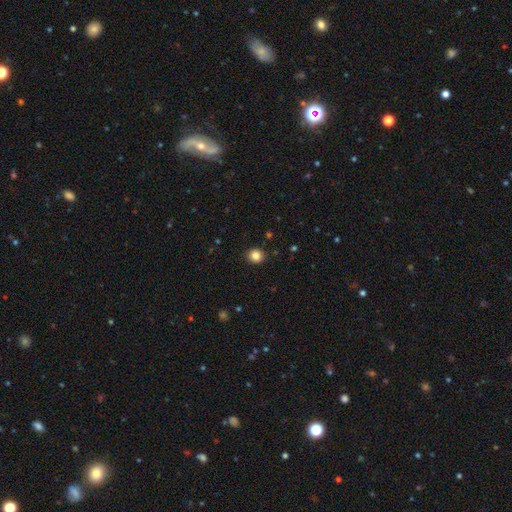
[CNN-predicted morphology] Q: Smooth or featured?
A: smooth (84%); runner-up: star or artifact (11%)
Q: How rounded?
A: round (86%); runner-up: in between (13%)
Q: Merging?
A: none (91%); runner-up: minor disturbance (6%)